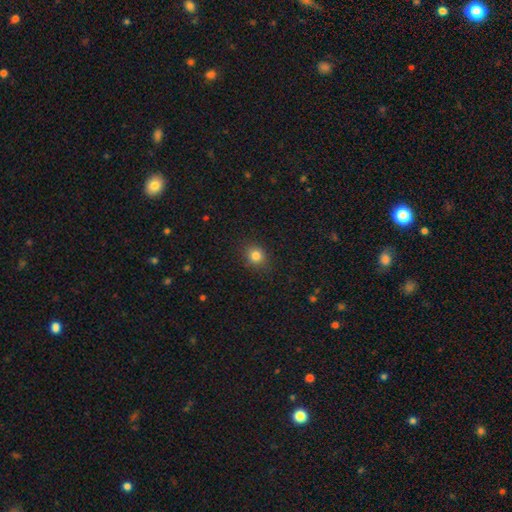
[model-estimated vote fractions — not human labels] Smooth or featured?
  - smooth: 82% *
  - star or artifact: 12%
  - featured or disk: 6%
How rounded?
  - round: 76% *
  - in between: 23%
  - cigar-shaped: 1%
Merging?
  - none: 87% *
  - minor disturbance: 9%
  - major disturbance: 3%
  - merger: 1%